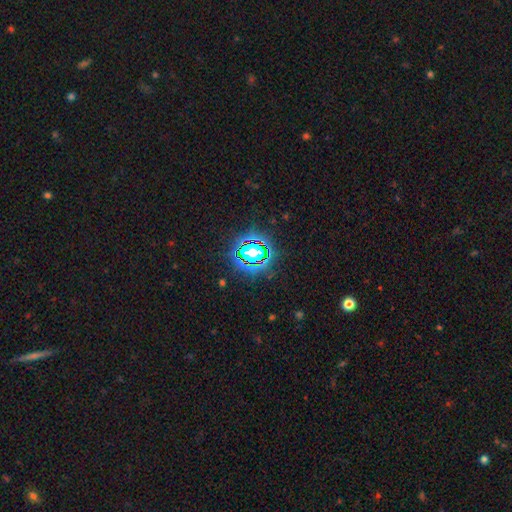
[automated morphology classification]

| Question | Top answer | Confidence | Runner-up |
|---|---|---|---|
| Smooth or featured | star or artifact | 70% | smooth (18%) |